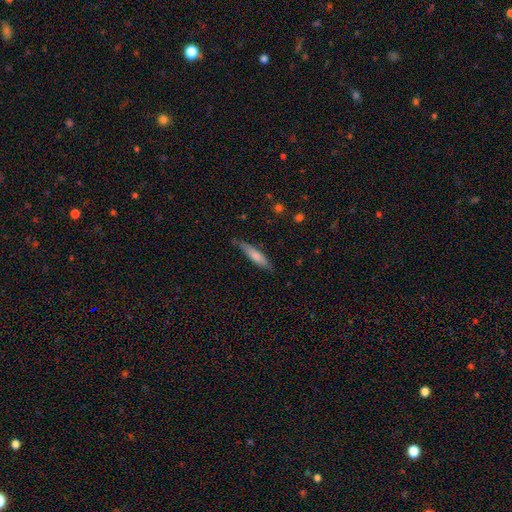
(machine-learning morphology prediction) Smooth or featured? Predicted: smooth (p=0.70). How rounded? Predicted: cigar-shaped (p=0.82). Merging? Predicted: none (p=0.76).